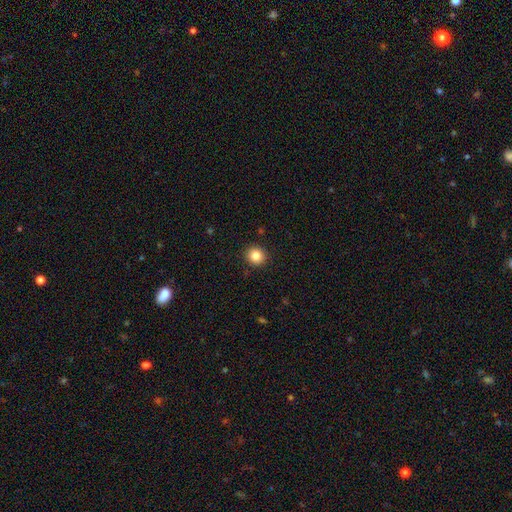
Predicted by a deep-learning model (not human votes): Smooth or featured?
  - smooth: 85% *
  - star or artifact: 10%
  - featured or disk: 5%
How rounded?
  - round: 90% *
  - in between: 9%
  - cigar-shaped: 1%
Merging?
  - none: 92% *
  - minor disturbance: 6%
  - major disturbance: 2%
  - merger: 1%